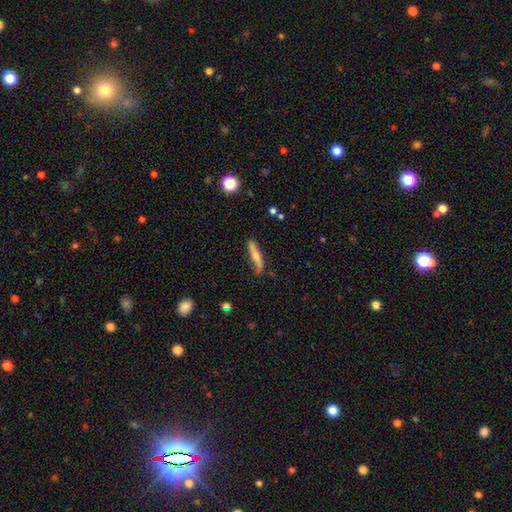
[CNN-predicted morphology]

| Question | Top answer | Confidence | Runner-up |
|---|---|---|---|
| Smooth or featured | featured or disk | 52% | smooth (41%) |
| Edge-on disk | yes | 76% | no (24%) |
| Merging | none | 75% | minor disturbance (19%) |